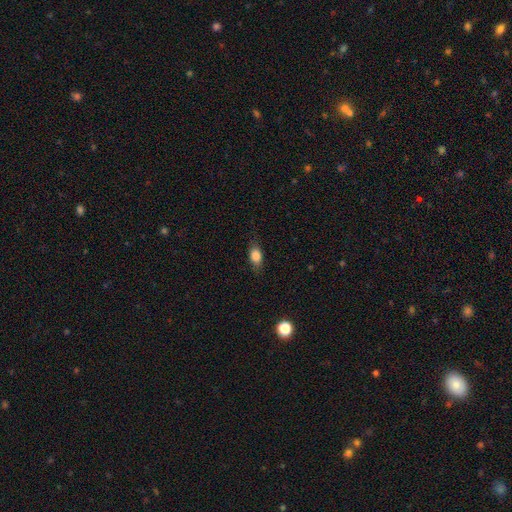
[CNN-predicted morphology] Smooth or featured?
  - smooth: 82% *
  - featured or disk: 10%
  - star or artifact: 8%
How rounded?
  - in between: 79% *
  - round: 13%
  - cigar-shaped: 8%
Merging?
  - none: 77% *
  - minor disturbance: 17%
  - major disturbance: 5%
  - merger: 1%